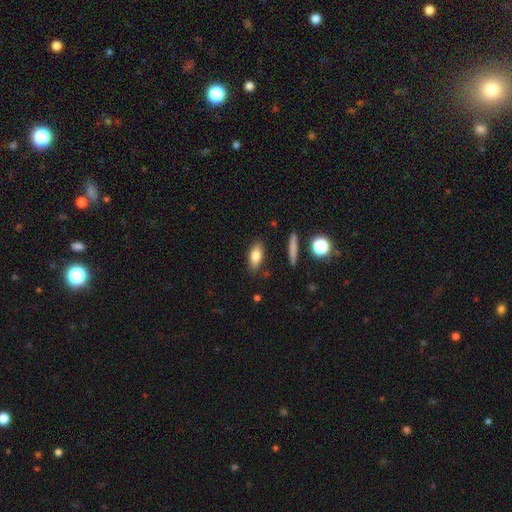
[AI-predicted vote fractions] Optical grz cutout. It shows a smooth galaxy with no disk features (78%) that is in between round and cigar-shaped (74%). Merging: none (85%).